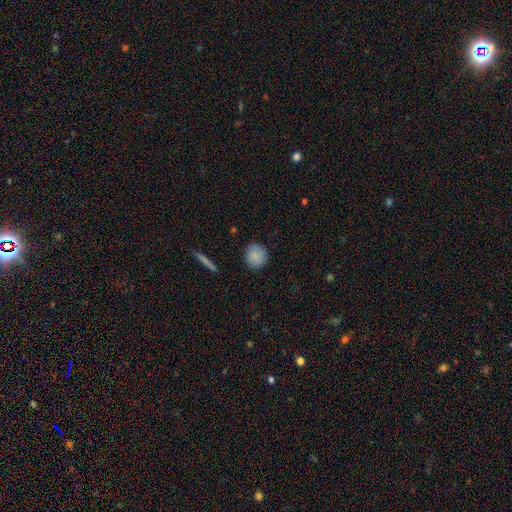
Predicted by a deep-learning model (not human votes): Q: Smooth or featured?
A: smooth (88%); runner-up: star or artifact (7%)
Q: How rounded?
A: round (89%); runner-up: in between (9%)
Q: Merging?
A: none (89%); runner-up: minor disturbance (8%)